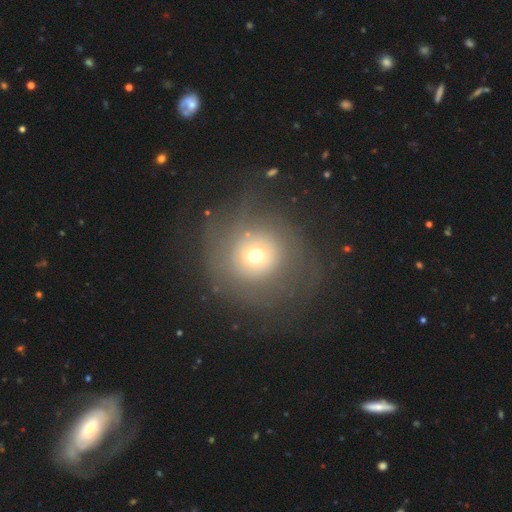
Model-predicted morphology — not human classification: This appears to be a smooth galaxy with no disk features (53%) that is round (92%). Merging: none (61%).